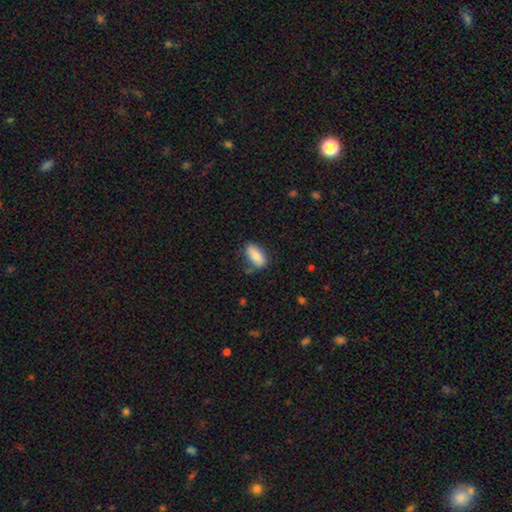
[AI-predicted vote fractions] A smooth galaxy with no disk features (84%) that is in between round and cigar-shaped (86%).

Vote fractions:
- Smooth or featured? smooth: 84% / featured or disk: 10% / star or artifact: 7%
- How rounded? in between: 86% / cigar-shaped: 11% / round: 3%
- Merging? none: 73% / minor disturbance: 19% / major disturbance: 5% / merger: 3%